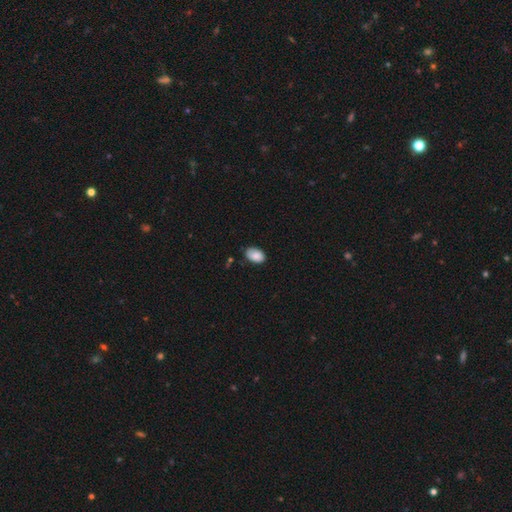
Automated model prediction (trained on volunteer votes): Q: Smooth or featured?
A: smooth (87%); runner-up: star or artifact (7%)
Q: How rounded?
A: in between (89%); runner-up: round (10%)
Q: Merging?
A: none (76%); runner-up: minor disturbance (20%)